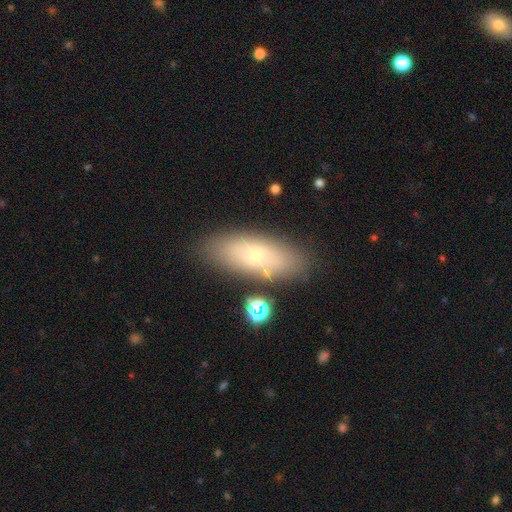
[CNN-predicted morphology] Overall: smooth (61%; featured or disk 29%). How rounded: in between (72%). Merging: none (78%).